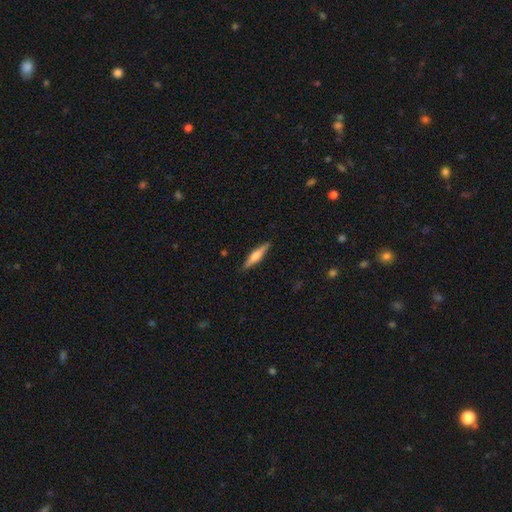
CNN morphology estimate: featured or disk 51%, smooth 43%, star or artifact 6%. Down the decision tree: edge-on disk — yes (96%); merging — none (89%).